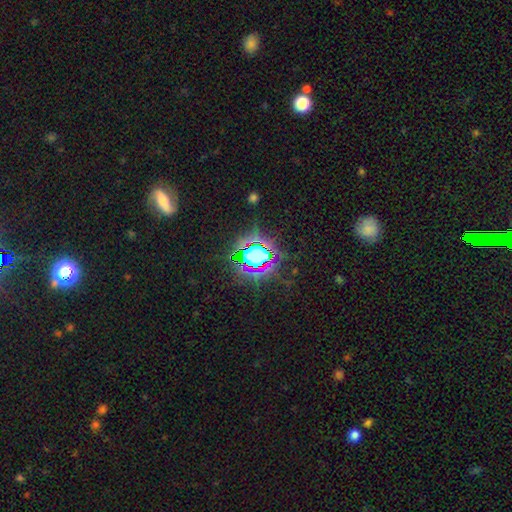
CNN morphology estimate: The model was most divided on "smooth or featured": star or artifact: 72%, smooth: 17%, featured or disk: 11%.